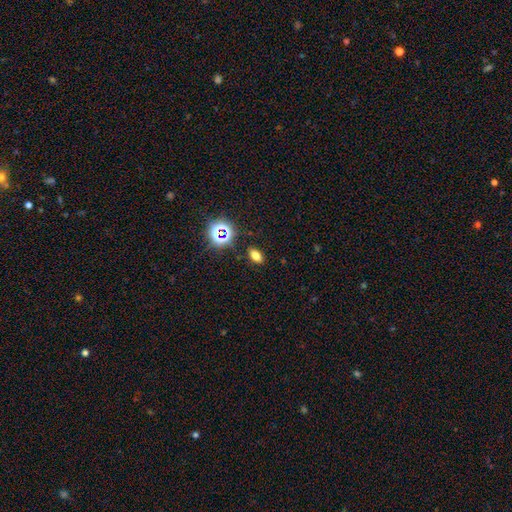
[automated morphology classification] Smooth or featured: smooth — 67% (star or artifact — 23%)
How rounded: in between — 82% (round — 11%)
Merging: none — 88% (minor disturbance — 8%)